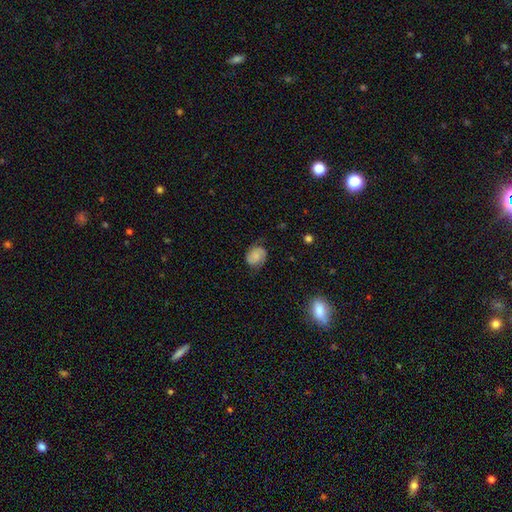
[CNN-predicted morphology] Overall: smooth (51%; featured or disk 40%). How rounded: round (55%; in between 44%). Merging: none (68%).